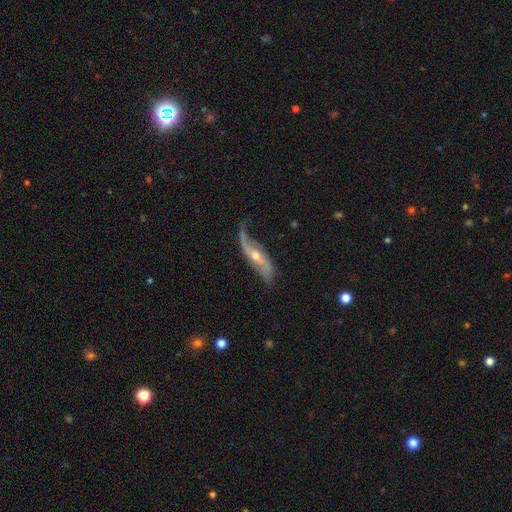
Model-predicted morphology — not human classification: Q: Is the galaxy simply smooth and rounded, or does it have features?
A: featured or disk — 85%.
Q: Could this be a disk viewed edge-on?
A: no — 84%.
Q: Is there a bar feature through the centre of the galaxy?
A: no — 48%.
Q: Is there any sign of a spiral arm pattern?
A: yes — 94%.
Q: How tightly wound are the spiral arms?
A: loose — 85%.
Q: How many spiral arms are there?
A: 2 — 88%.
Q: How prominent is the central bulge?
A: moderate — 55%.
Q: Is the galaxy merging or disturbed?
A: none — 57%.